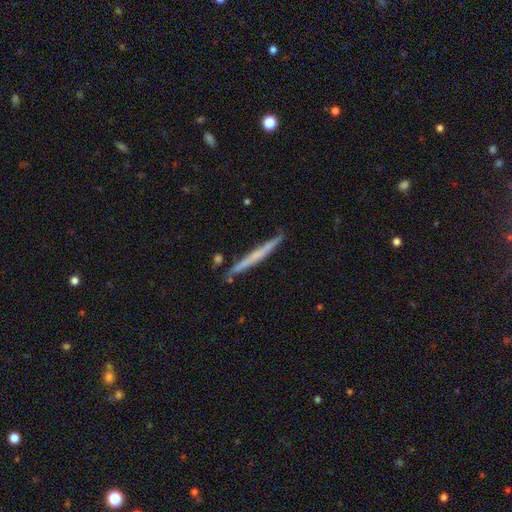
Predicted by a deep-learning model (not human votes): Overall: featured or disk (49%; smooth 45%). Merging: none (85%).